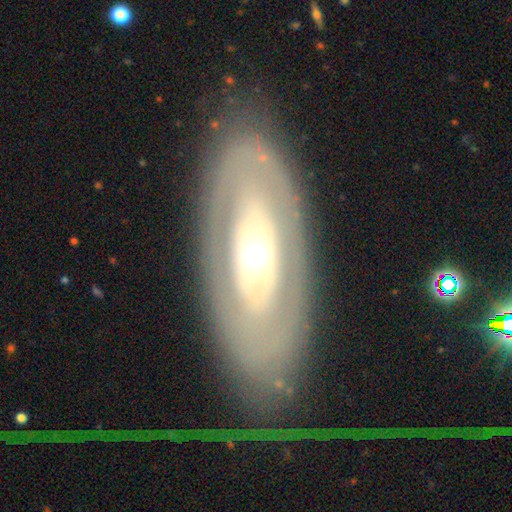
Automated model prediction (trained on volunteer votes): A featured or disk galaxy (79%) with no bar (75%), spiral arms (54%) and a moderate central bulge (58%).

Vote fractions:
- Smooth or featured? featured or disk: 79% / smooth: 15% / star or artifact: 6%
- Edge-on disk? no: 89% / yes: 11%
- Bar? no: 75% / weak: 15% / strong: 10%
- Spiral arms? yes: 54% / no: 46%
- Bulge size? moderate: 58% / small: 31% / large: 8% / dominant: 2% / none: 1%
- Merging? none: 67% / minor disturbance: 17% / major disturbance: 15% / merger: 2%